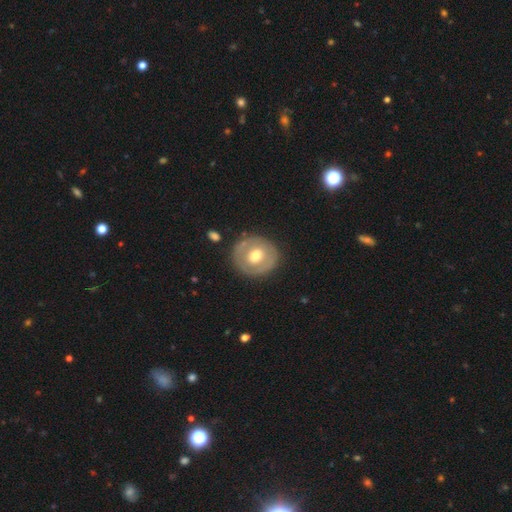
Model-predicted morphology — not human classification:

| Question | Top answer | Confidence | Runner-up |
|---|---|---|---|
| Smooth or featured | featured or disk | 48% | smooth (46%) |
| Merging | none | 83% | minor disturbance (11%) |